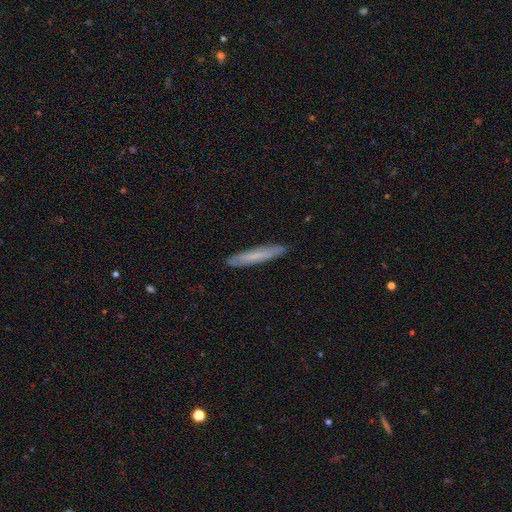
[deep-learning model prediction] smooth 64%, featured or disk 29%, star or artifact 7%. Down the decision tree: how rounded — cigar-shaped (94%); merging — none (90%).